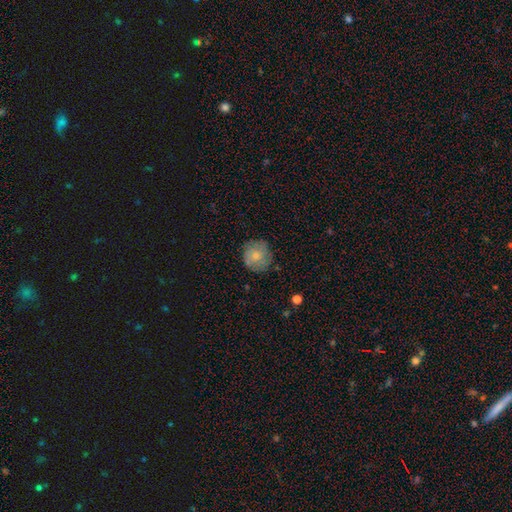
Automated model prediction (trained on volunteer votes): Smooth or featured: smooth — 68% (featured or disk — 25%)
How rounded: round — 90% (in between — 9%)
Merging: none — 77% (minor disturbance — 17%)